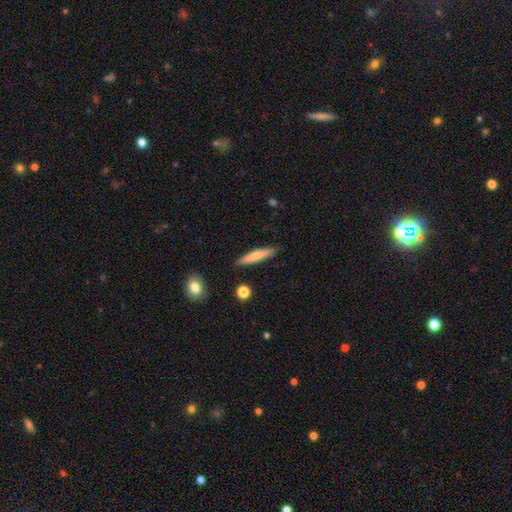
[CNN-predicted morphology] smooth_or_featured: smooth (p=0.66) [alt: featured or disk p=0.28]
how_rounded: cigar-shaped (p=0.90) [alt: in between p=0.08]
merging: none (p=0.88) [alt: minor disturbance p=0.09]